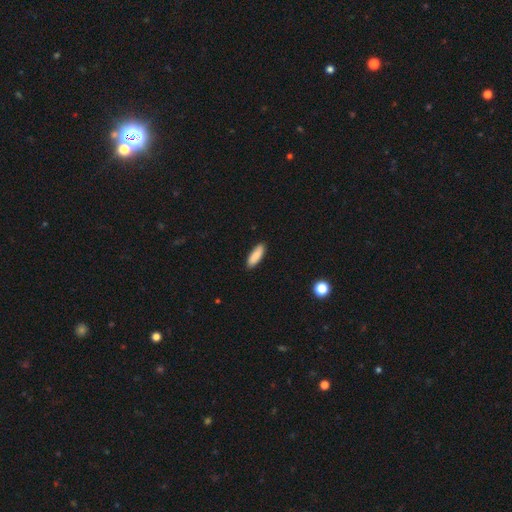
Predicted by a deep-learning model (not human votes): Smooth or featured?
  - smooth: 88% *
  - star or artifact: 6%
  - featured or disk: 6%
How rounded?
  - in between: 58% *
  - cigar-shaped: 40%
  - round: 2%
Merging?
  - none: 88% *
  - minor disturbance: 10%
  - major disturbance: 2%
  - merger: 1%